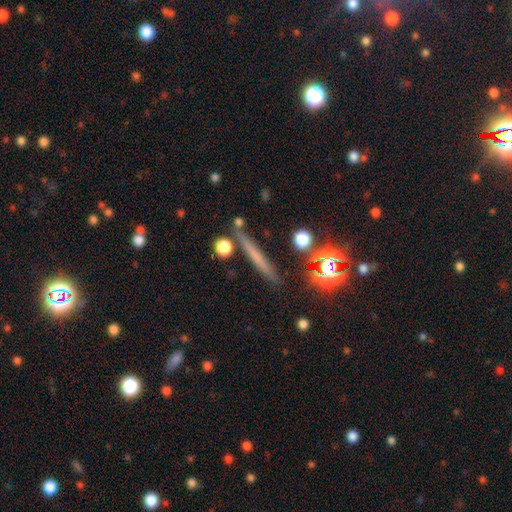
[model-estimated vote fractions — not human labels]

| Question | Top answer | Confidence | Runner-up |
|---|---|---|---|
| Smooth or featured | smooth | 49% | featured or disk (34%) |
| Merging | none | 84% | minor disturbance (9%) |